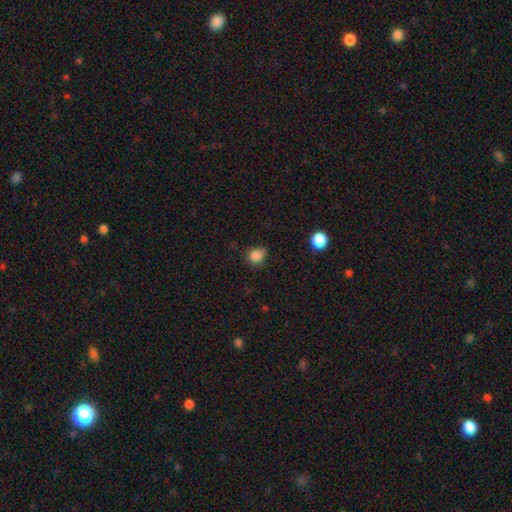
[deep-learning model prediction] smooth-or-featured: smooth: 83% | star or artifact: 12% | featured or disk: 5%
  how-rounded: round: 70% | in between: 29% | cigar-shaped: 1%
  merging: none: 66% | minor disturbance: 27% | major disturbance: 5% | merger: 2%